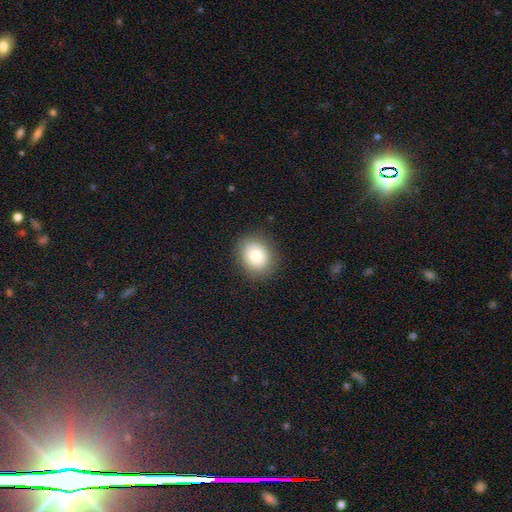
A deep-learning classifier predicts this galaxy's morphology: This is clearly a smooth galaxy (80%). How rounded: likely round (64%). Merging: clearly none (87%).